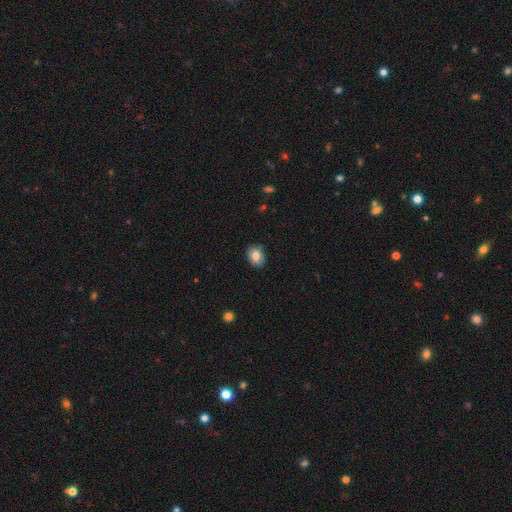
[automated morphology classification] A smooth galaxy with no disk features (82%) that is in between round and cigar-shaped (69%). Merging: none (84%).